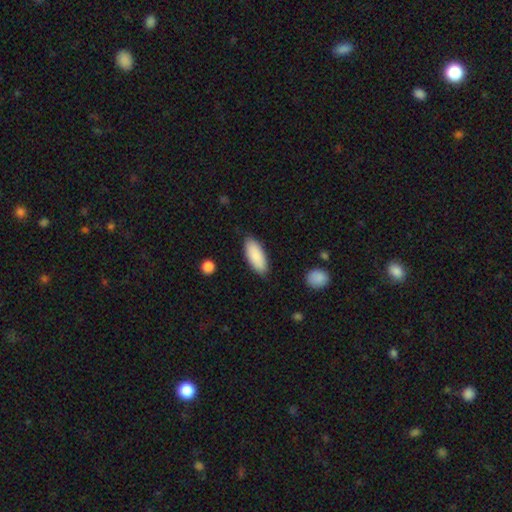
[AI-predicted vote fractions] Morphology: type=smooth (89%); roundness=in between (81%); merging=none (86%).